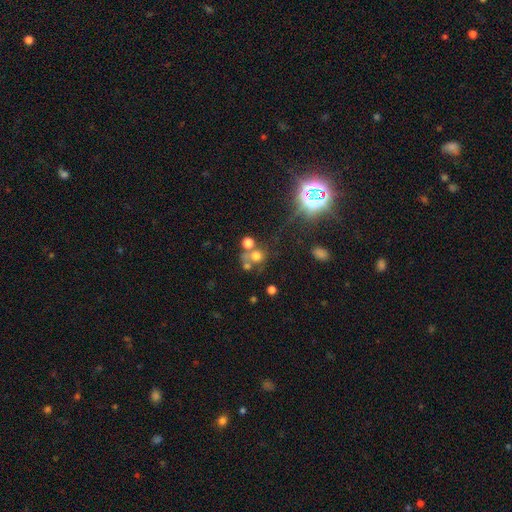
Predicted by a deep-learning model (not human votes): smooth_or_featured: smooth (p=0.61) [alt: star or artifact p=0.24]
how_rounded: round (p=0.82) [alt: in between p=0.17]
merging: none (p=0.47) [alt: merger p=0.33]